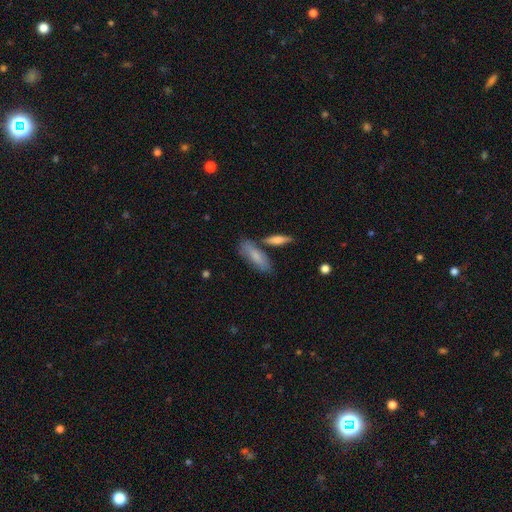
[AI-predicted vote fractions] Q: Smooth or featured?
A: smooth (72%); runner-up: featured or disk (21%)
Q: How rounded?
A: in between (52%); runner-up: cigar-shaped (45%)
Q: Merging?
A: none (65%); runner-up: merger (16%)